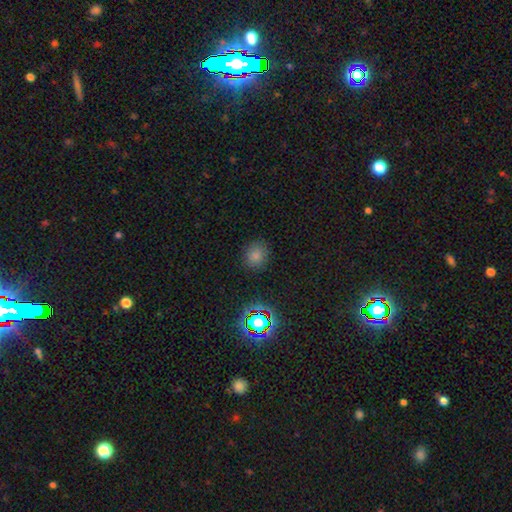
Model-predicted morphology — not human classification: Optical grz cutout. It shows a smooth galaxy with no disk features (76%) that is round (76%). Merging: none (85%).